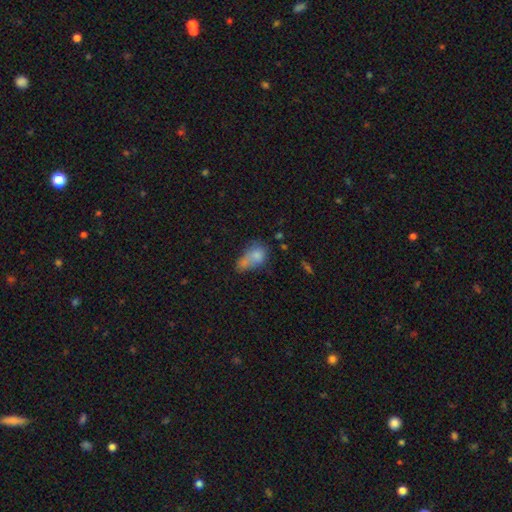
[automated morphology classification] The model was most divided on "merging": merger: 38%, none: 24%, minor disturbance: 20%, major disturbance: 18%. More confident: smooth or featured — smooth (73%); how rounded — in between (70%).